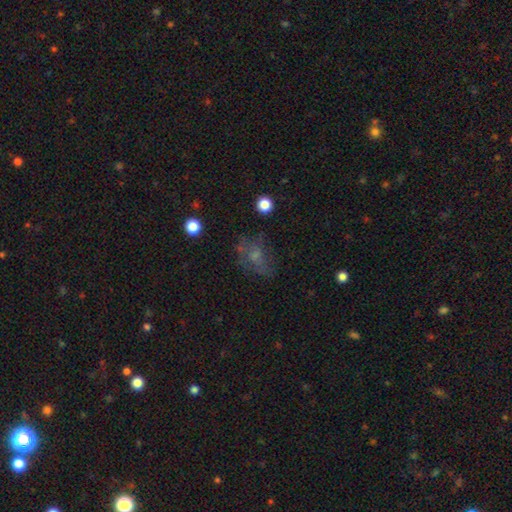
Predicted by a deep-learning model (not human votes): Smooth or featured: smooth — 47% (featured or disk — 35%)
Merging: none — 47% (major disturbance — 26%)